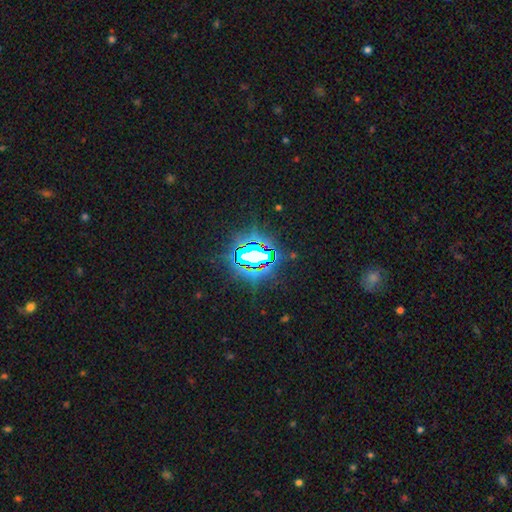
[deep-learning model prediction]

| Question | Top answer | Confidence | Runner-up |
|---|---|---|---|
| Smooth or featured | star or artifact | 82% | smooth (11%) |